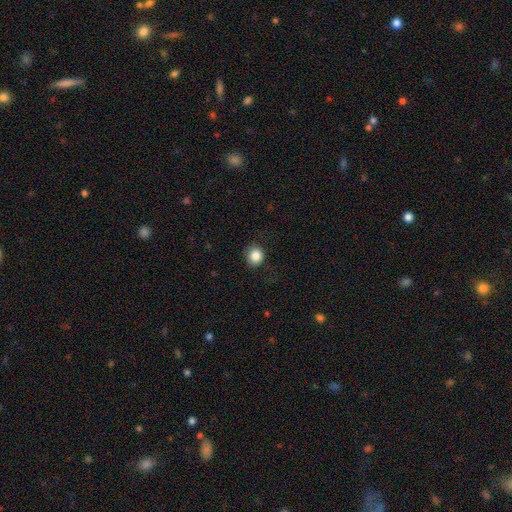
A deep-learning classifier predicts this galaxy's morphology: smooth-or-featured: smooth: 85% | star or artifact: 10% | featured or disk: 5%
  how-rounded: round: 86% | in between: 14% | cigar-shaped: 1%
  merging: none: 83% | minor disturbance: 12% | major disturbance: 4% | merger: 1%